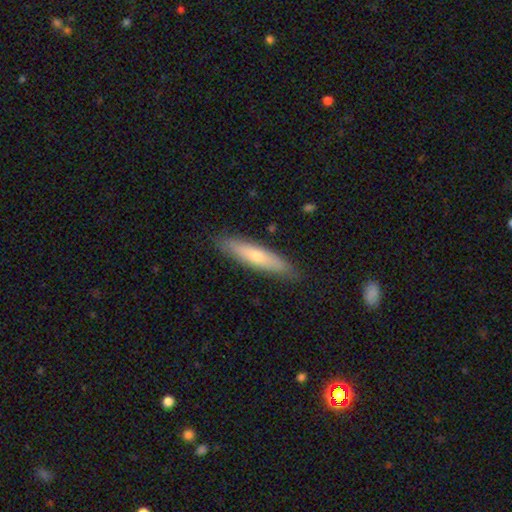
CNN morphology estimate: Smooth or featured?
  - smooth: 59% *
  - featured or disk: 36%
  - star or artifact: 6%
How rounded?
  - cigar-shaped: 80% *
  - in between: 18%
  - round: 2%
Merging?
  - none: 87% *
  - minor disturbance: 10%
  - major disturbance: 2%
  - merger: 1%